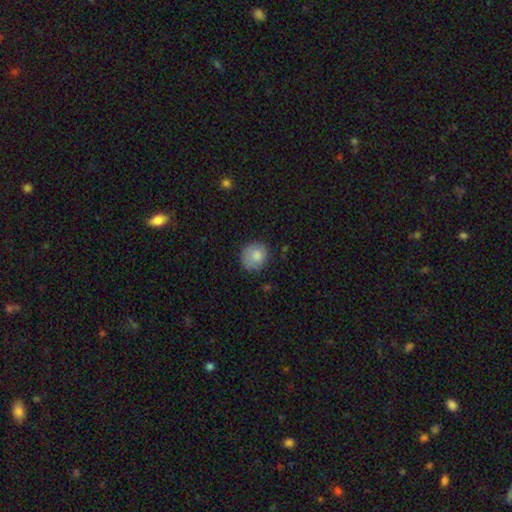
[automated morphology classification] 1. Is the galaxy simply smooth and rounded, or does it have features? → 82% smooth, 10% featured or disk, 8% star or artifact.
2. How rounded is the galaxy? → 81% round, 18% in between, 1% cigar-shaped.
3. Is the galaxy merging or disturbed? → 73% none, 20% minor disturbance, 6% major disturbance, 2% merger.